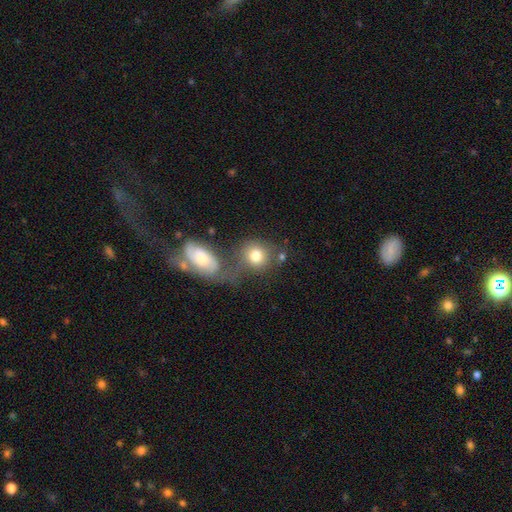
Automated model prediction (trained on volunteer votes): Smooth or featured? smooth (77%)
How rounded? round (70%)
Merging? none (42%)